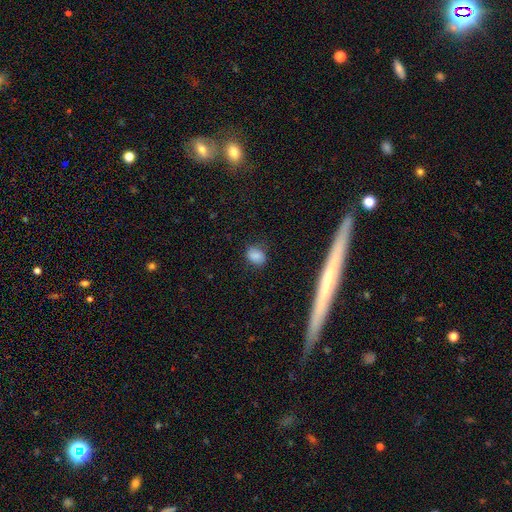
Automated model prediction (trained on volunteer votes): Smooth or featured: smooth — 82% (star or artifact — 11%)
How rounded: in between — 65% (round — 33%)
Merging: none — 75% (minor disturbance — 18%)